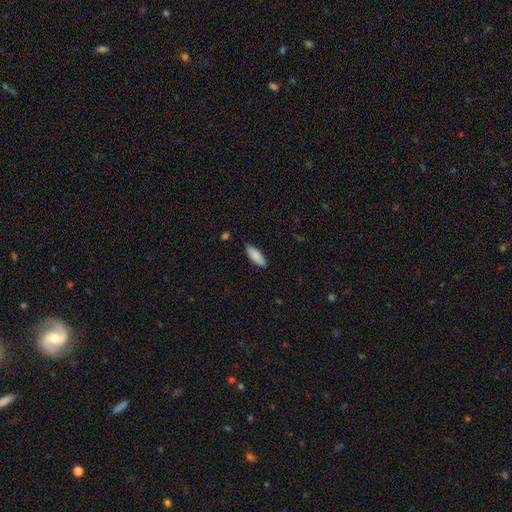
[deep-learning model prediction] This is clearly a smooth galaxy (88%). How rounded: likely in between (63%). Merging: clearly none (86%).